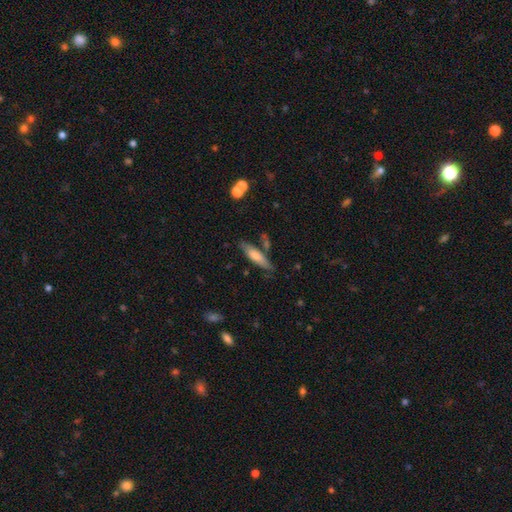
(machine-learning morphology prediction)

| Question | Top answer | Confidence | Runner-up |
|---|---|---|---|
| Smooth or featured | smooth | 67% | featured or disk (27%) |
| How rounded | cigar-shaped | 69% | in between (30%) |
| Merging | none | 73% | minor disturbance (15%) |